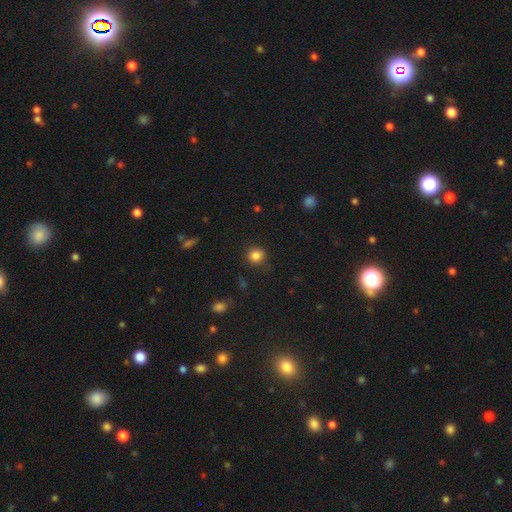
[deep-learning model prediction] The model was most divided on "smooth or featured": smooth: 84%, star or artifact: 11%, featured or disk: 4%. More confident: how rounded — round (88%); merging — none (85%).